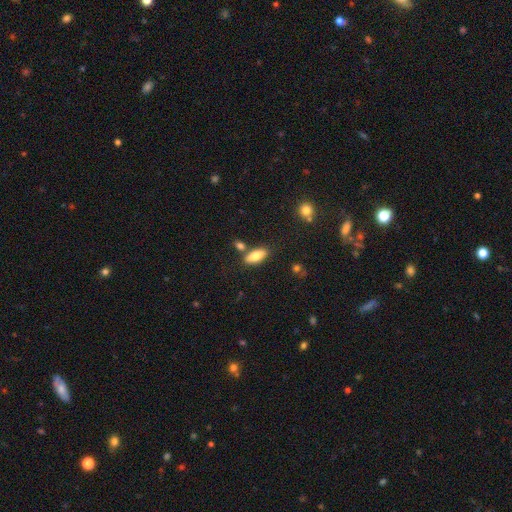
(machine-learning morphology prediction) A smooth galaxy with no disk features (75%) that is in between round and cigar-shaped (79%). Merging: none (75%).